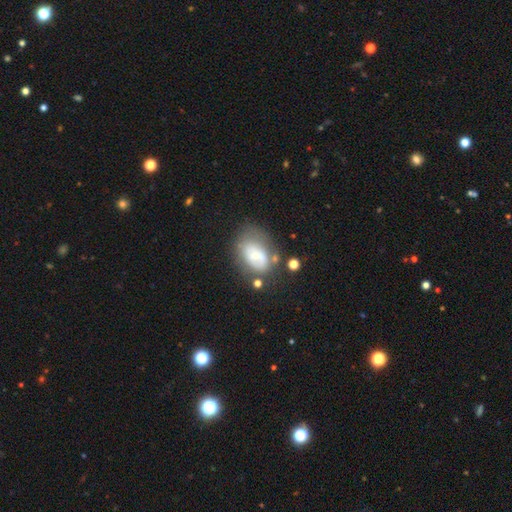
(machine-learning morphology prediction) type=smooth (47%); merging=none (45%).